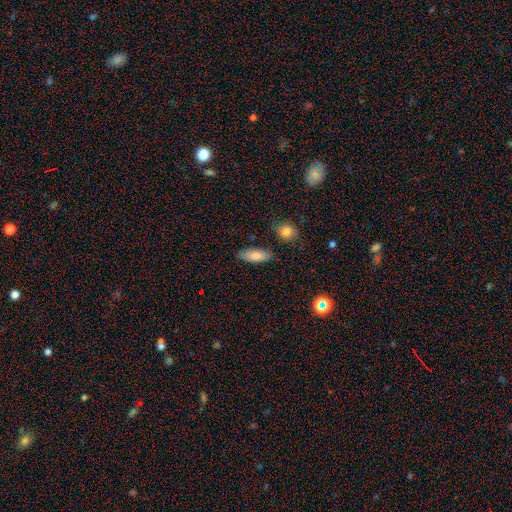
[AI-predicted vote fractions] smooth 83%, featured or disk 11%, star or artifact 7%. Down the decision tree: how rounded — in between (74%); merging — none (82%).